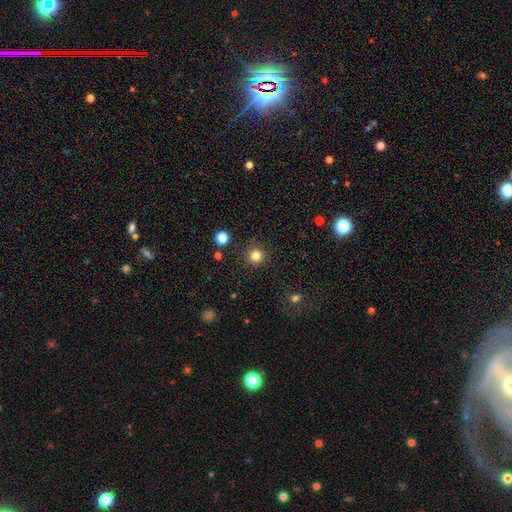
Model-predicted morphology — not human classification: The model was most divided on "smooth or featured": smooth: 82%, star or artifact: 13%, featured or disk: 5%. More confident: how rounded — round (95%); merging — none (90%).